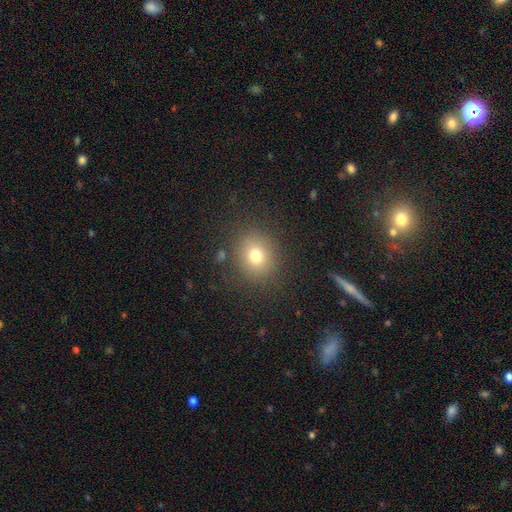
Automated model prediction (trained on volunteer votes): Morphology: type=smooth (75%); roundness=round (76%); merging=none (84%).